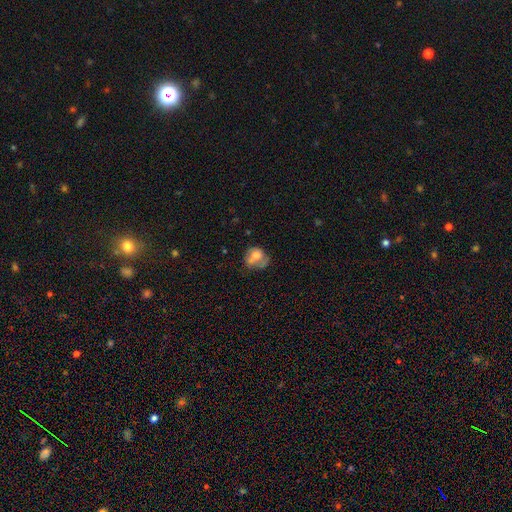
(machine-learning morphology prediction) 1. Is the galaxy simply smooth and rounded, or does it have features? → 59% smooth, 31% featured or disk, 10% star or artifact.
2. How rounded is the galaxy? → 60% round, 39% in between, 1% cigar-shaped.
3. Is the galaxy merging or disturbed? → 34% none, 27% minor disturbance, 23% major disturbance, 16% merger.